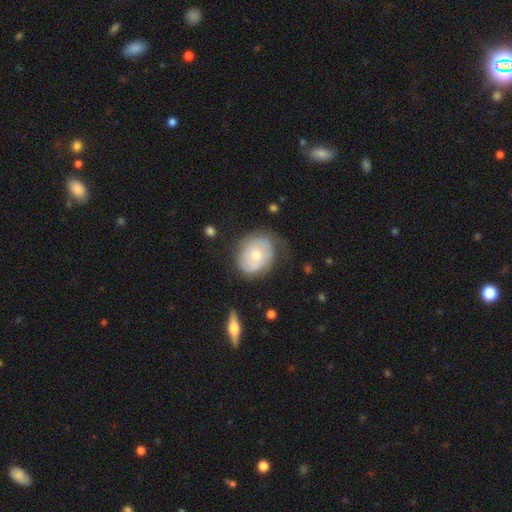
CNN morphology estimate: Smooth or featured? featured or disk (60%)
Edge-on disk? no (96%)
Bar? no (71%)
Spiral arms? yes (81%)
Bulge size? moderate (55%)
Merging? none (61%)